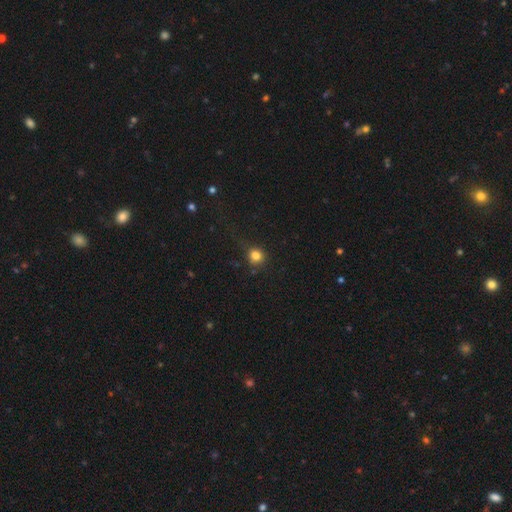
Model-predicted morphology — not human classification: smooth-or-featured: smooth: 82% | star or artifact: 13% | featured or disk: 6%
  how-rounded: round: 87% | in between: 12% | cigar-shaped: 1%
  merging: none: 75% | minor disturbance: 16% | major disturbance: 6% | merger: 3%